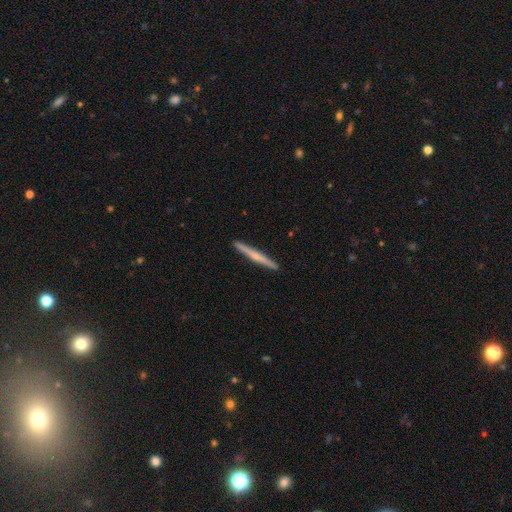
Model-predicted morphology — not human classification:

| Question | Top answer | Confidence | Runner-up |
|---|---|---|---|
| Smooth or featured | featured or disk | 55% | smooth (40%) |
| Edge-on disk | yes | 98% | no (2%) |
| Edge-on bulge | rounded | 51% | none (42%) |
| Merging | none | 93% | minor disturbance (5%) |